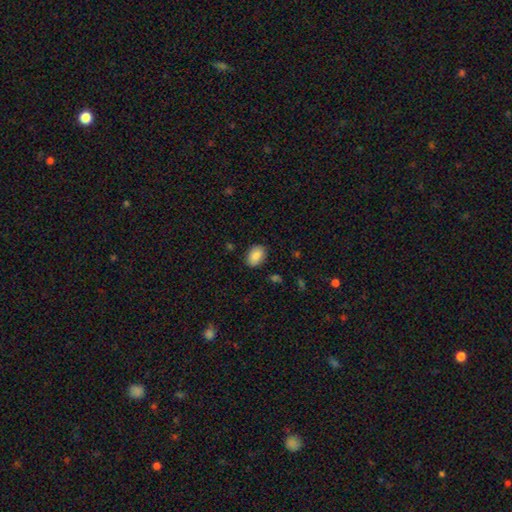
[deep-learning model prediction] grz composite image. It shows a smooth galaxy with no disk features (88%) that is in between round and cigar-shaped (82%). Merging: none (87%).